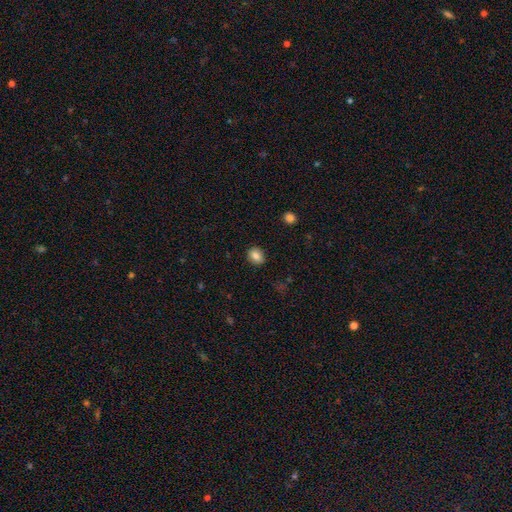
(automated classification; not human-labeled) A smooth galaxy with no disk features (84%) that is round (62%). Merging: none (90%).